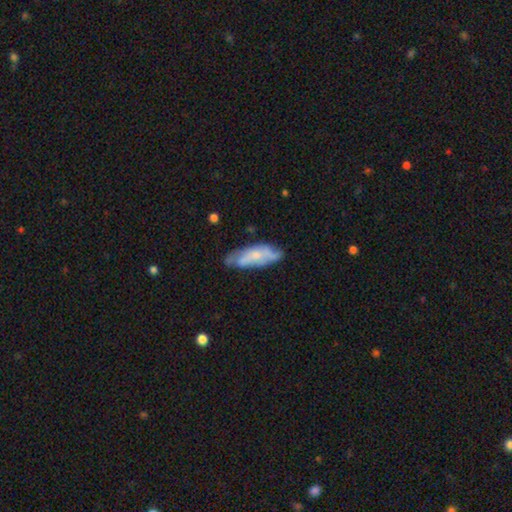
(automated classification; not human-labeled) A smooth galaxy with no disk features (48%). Merging: none (56%).